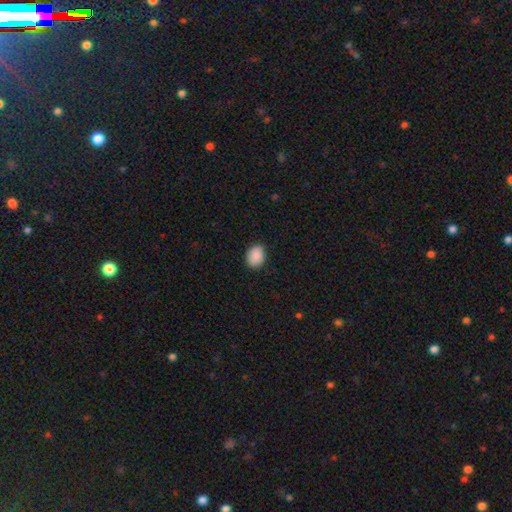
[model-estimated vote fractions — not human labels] The model was most divided on "how rounded": in between: 64%, round: 36%, cigar-shaped: 1%. More confident: smooth or featured — smooth (90%); merging — none (88%).